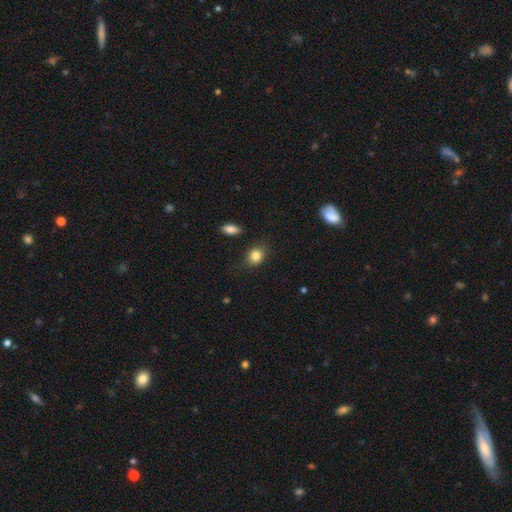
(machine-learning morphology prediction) The model was most divided on "how rounded": in between: 51%, round: 47%, cigar-shaped: 1%. More confident: smooth or featured — smooth (83%); merging — none (79%).